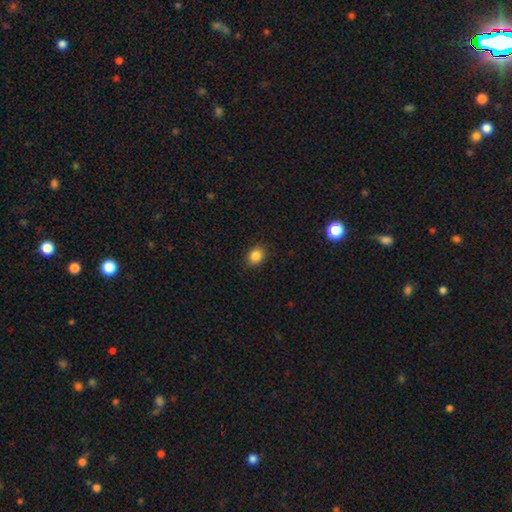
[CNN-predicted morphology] This is clearly a smooth galaxy (86%). How rounded: possibly in between (53%). Merging: clearly none (88%).